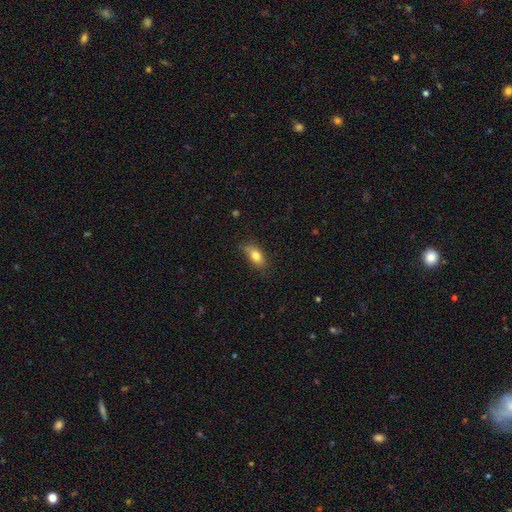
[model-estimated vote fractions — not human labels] A smooth galaxy with no disk features (79%) that is in between round and cigar-shaped (85%). Merging: none (70%).